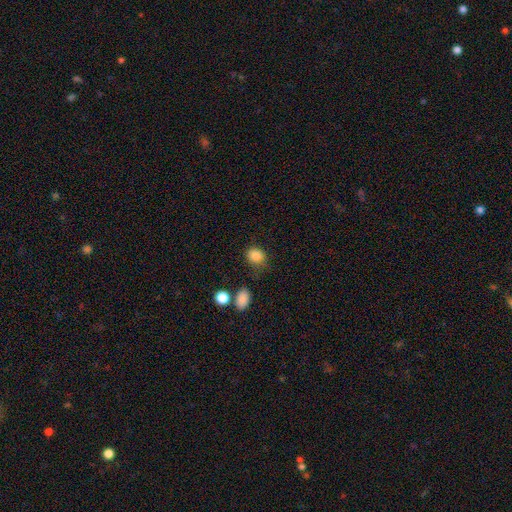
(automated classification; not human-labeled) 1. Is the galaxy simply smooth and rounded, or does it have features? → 86% smooth, 10% star or artifact, 4% featured or disk.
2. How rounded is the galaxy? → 61% round, 38% in between, 1% cigar-shaped.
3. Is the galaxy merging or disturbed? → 68% none, 21% minor disturbance, 7% major disturbance, 4% merger.